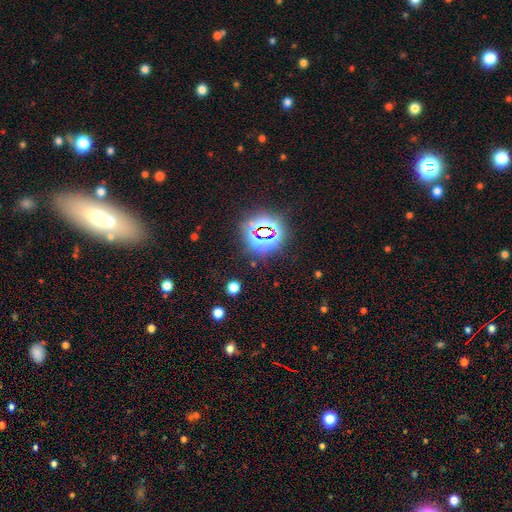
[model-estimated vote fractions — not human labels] Q: Smooth or featured?
A: star or artifact (62%); runner-up: smooth (24%)